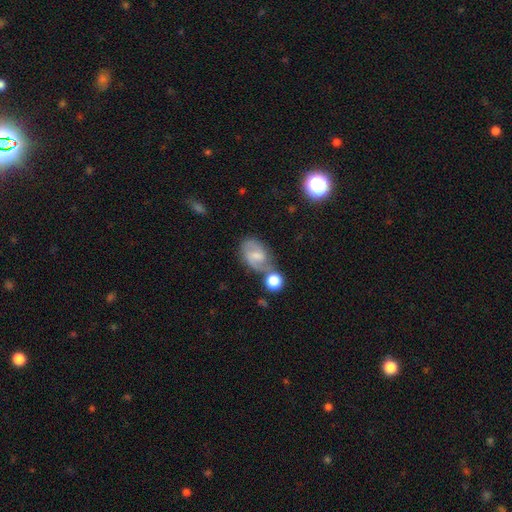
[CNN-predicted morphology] This is possibly a featured or disk galaxy (59%). It is clearly not viewed edge-on (96%). Bar: possibly weak (55%). Spiral arm pattern: clearly yes (85%). Central bulge: marginally small (44%). Merging: possibly none (48%).